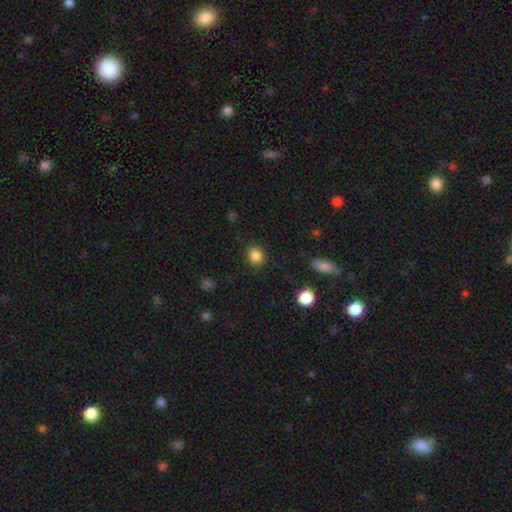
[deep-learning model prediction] smooth-or-featured: smooth: 86% | star or artifact: 10% | featured or disk: 4%
  how-rounded: round: 77% | in between: 22% | cigar-shaped: 1%
  merging: none: 87% | minor disturbance: 9% | major disturbance: 3% | merger: 1%